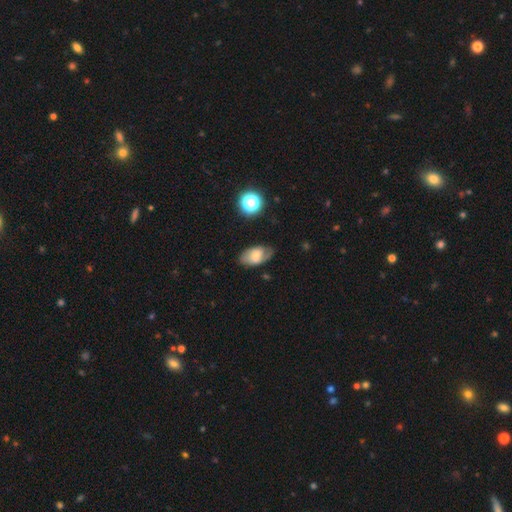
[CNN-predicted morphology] The model was most divided on "smooth or featured": smooth: 51%, featured or disk: 40%, star or artifact: 9%. More confident: how rounded — in between (90%); merging — none (69%).